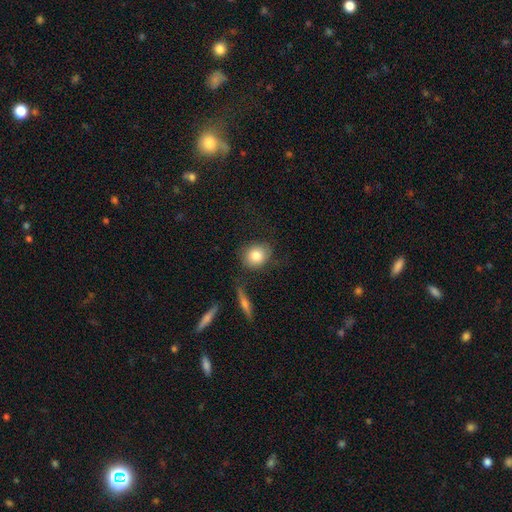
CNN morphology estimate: A smooth galaxy with no disk features (82%) that is round (76%). Merging: none (75%).